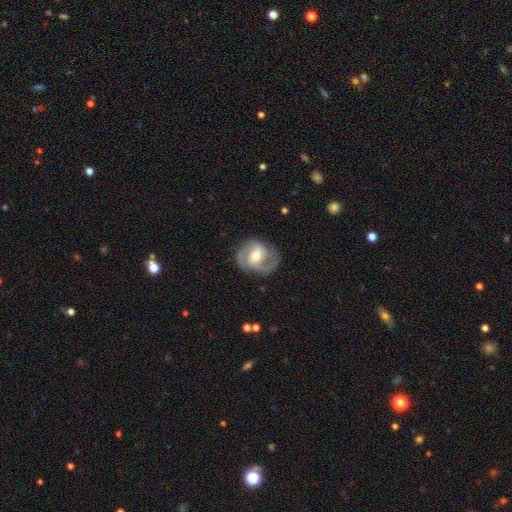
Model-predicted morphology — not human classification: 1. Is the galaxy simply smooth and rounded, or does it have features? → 85% featured or disk, 10% smooth, 5% star or artifact.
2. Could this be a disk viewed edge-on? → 98% no, 2% yes.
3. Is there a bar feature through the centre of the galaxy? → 46% weak, 33% no, 21% strong.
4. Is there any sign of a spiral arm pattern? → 95% yes, 5% no.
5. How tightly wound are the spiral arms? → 52% medium, 33% tight, 15% loose.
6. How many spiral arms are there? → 73% 2, 14% 3, 7% can't tell, 3% 1, 2% 4, 2% more than 4.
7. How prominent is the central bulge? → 63% moderate, 30% small, 6% large, 1% none, 1% dominant.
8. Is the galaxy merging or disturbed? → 77% none, 15% minor disturbance, 7% major disturbance, 1% merger.